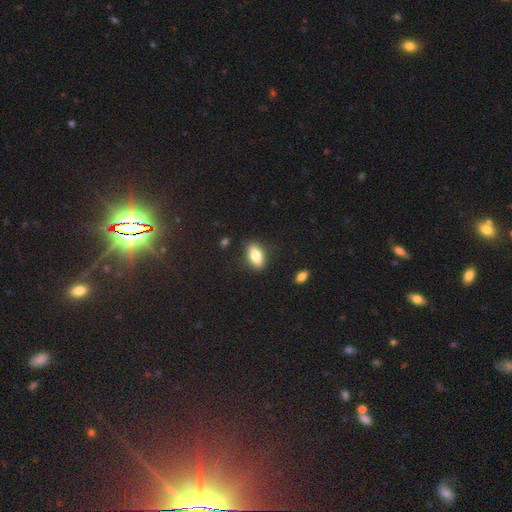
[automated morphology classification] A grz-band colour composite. It shows a smooth galaxy with no disk features (78%) that is in between round and cigar-shaped (86%). Merging: none (86%).